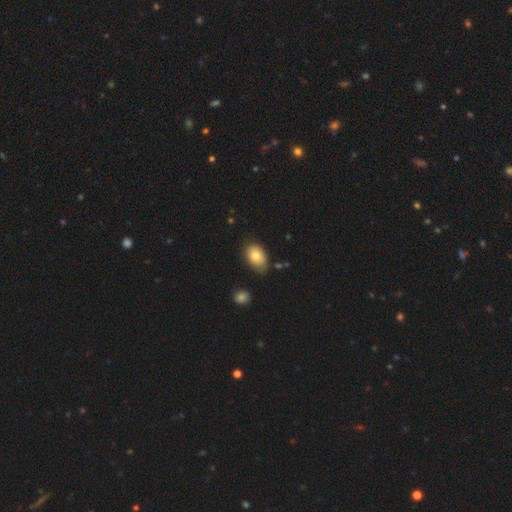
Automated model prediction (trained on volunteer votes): Overall: smooth (80%). How rounded: in between (85%). Merging: none (66%; minor disturbance 26%).